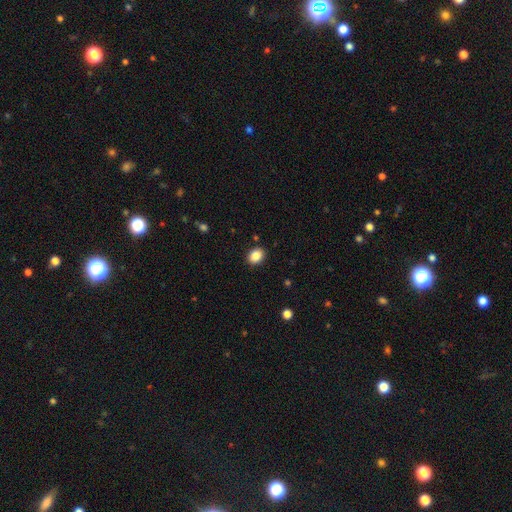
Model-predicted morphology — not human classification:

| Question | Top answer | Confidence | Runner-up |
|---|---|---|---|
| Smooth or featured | smooth | 87% | star or artifact (9%) |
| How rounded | in between | 60% | round (39%) |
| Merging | none | 90% | minor disturbance (7%) |